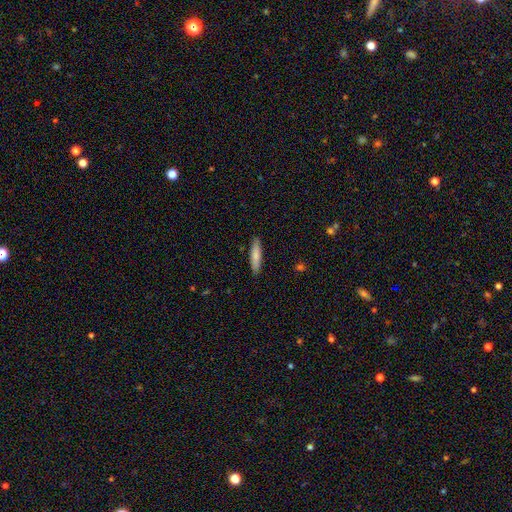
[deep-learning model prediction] Smooth or featured?
  - smooth: 77% *
  - featured or disk: 17%
  - star or artifact: 6%
How rounded?
  - cigar-shaped: 82% *
  - in between: 17%
  - round: 1%
Merging?
  - none: 90% *
  - minor disturbance: 8%
  - major disturbance: 2%
  - merger: 1%